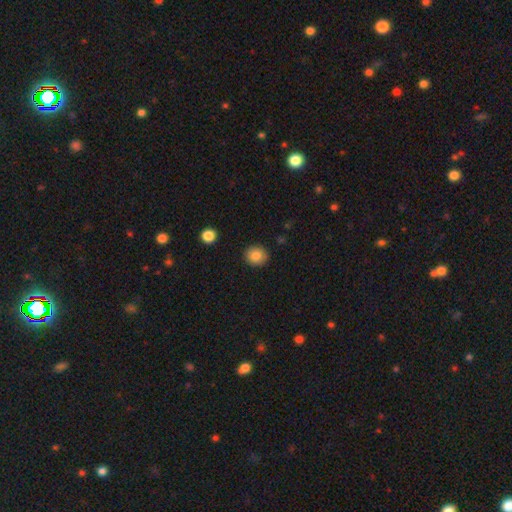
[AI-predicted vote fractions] Smooth or featured? Predicted: smooth (p=0.84). How rounded? Predicted: round (p=0.83). Merging? Predicted: none (p=0.90).